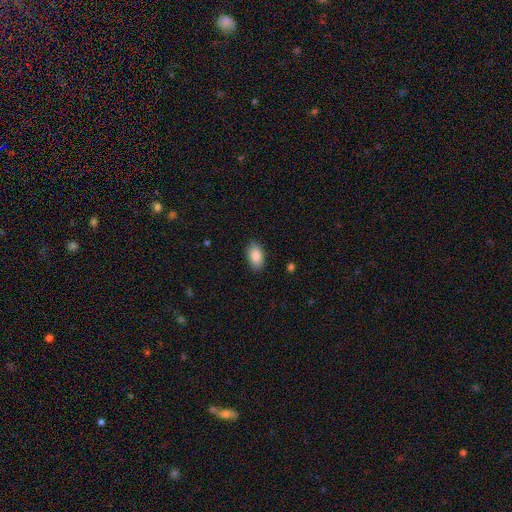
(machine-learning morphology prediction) smooth_or_featured: smooth (p=0.87) [alt: star or artifact p=0.07]
how_rounded: in between (p=0.92) [alt: round p=0.06]
merging: none (p=0.86) [alt: minor disturbance p=0.11]